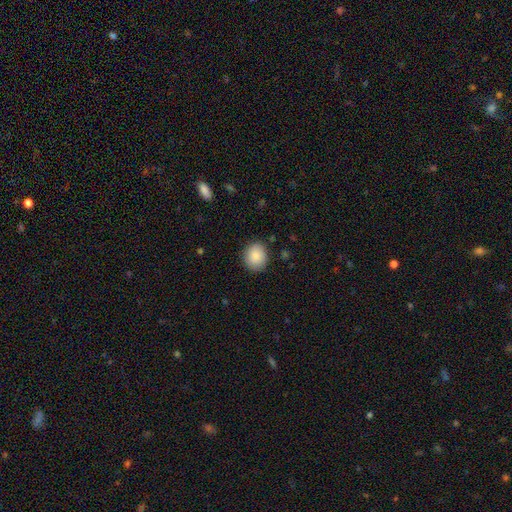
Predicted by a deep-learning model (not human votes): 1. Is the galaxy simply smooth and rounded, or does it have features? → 87% smooth, 7% star or artifact, 6% featured or disk.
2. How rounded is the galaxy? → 66% round, 33% in between, 1% cigar-shaped.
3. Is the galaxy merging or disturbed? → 86% none, 10% minor disturbance, 3% major disturbance, 1% merger.